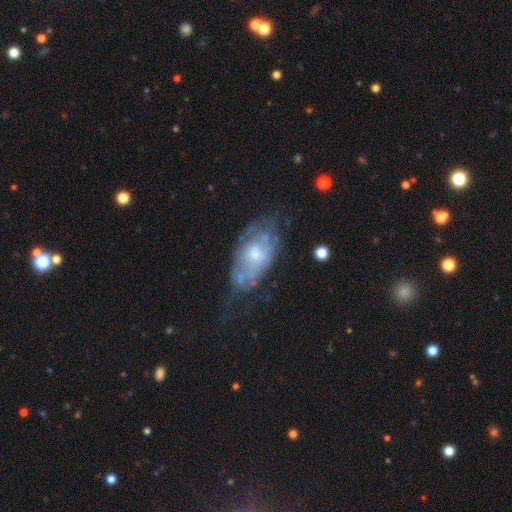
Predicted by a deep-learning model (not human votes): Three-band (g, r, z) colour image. It shows a featured or disk galaxy (64%) with no bar (75%), spiral arms (52%) and a small central bulge (47%). Merging: none (49%).